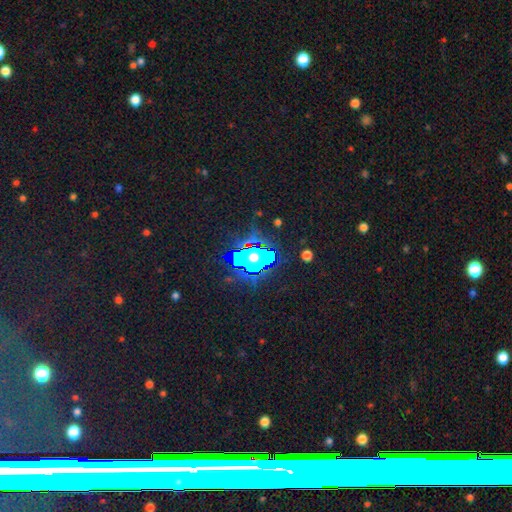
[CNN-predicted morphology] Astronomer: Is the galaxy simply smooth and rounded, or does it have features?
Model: star or artifact — 69%.